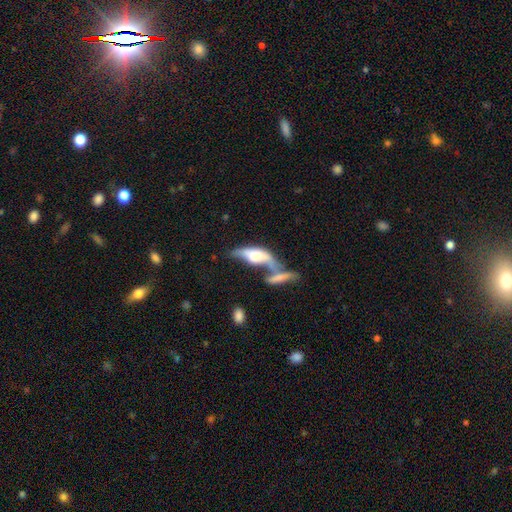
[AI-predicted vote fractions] Smooth or featured? Predicted: smooth (p=0.52). How rounded? Predicted: in between (p=0.66). Merging? Predicted: merger (p=0.59).